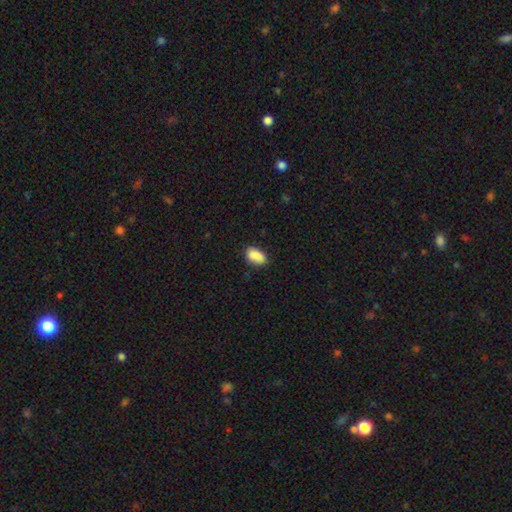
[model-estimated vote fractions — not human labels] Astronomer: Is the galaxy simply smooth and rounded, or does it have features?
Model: smooth — 85%.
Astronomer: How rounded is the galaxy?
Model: in between — 89%.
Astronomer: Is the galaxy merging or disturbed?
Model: none — 68%.